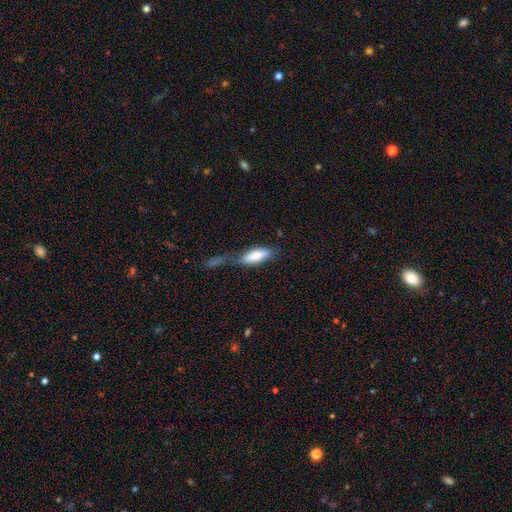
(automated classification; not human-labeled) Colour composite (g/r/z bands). It shows a smooth galaxy with no disk features (73%) that is in between round and cigar-shaped (56%). Merging: none (36%).